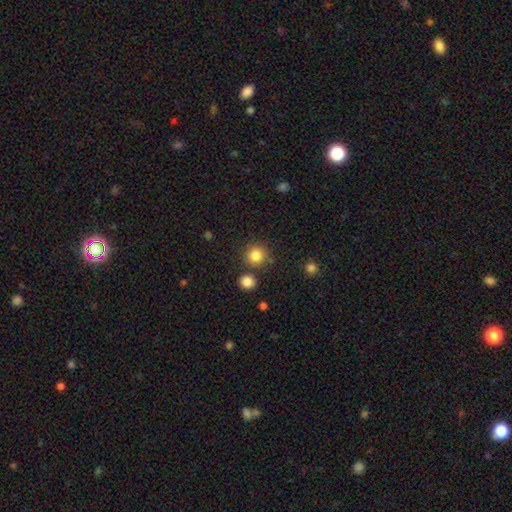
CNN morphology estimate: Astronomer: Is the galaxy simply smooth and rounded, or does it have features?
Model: smooth — 84%.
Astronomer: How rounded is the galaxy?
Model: round — 92%.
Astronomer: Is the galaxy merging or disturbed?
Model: none — 80%.